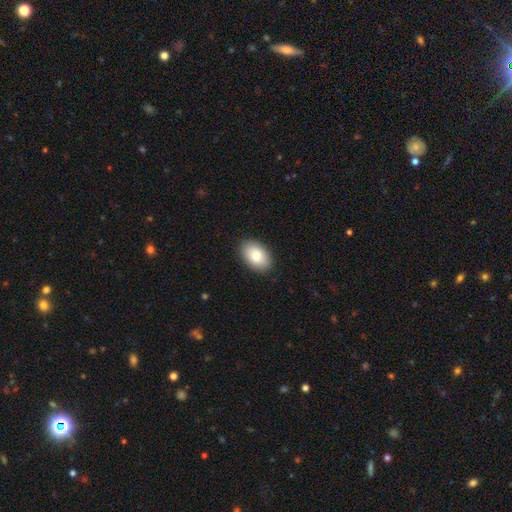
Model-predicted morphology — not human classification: Smooth or featured: smooth — 82% (featured or disk — 11%)
How rounded: in between — 91% (round — 8%)
Merging: none — 89% (minor disturbance — 8%)